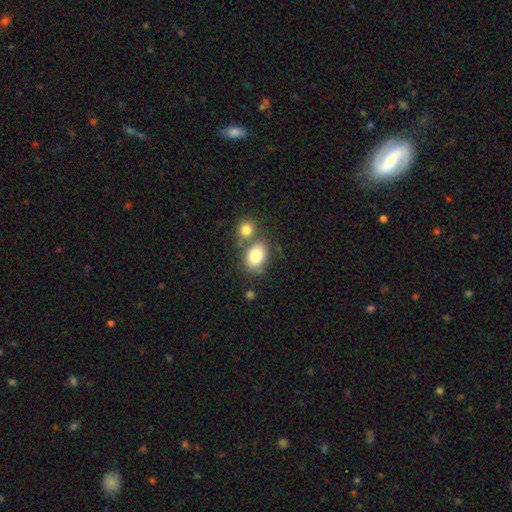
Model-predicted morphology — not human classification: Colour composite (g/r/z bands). It shows a smooth galaxy with no disk features (82%) that is in between round and cigar-shaped (69%). Merging: none (50%).